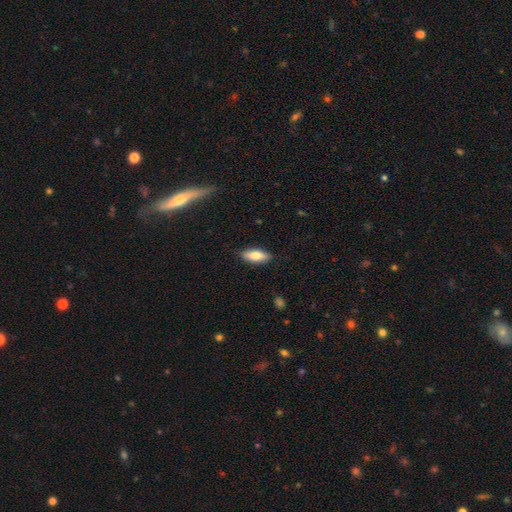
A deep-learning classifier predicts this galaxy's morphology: smooth-or-featured: smooth: 72% | featured or disk: 22% | star or artifact: 7%
  how-rounded: in between: 74% | cigar-shaped: 23% | round: 3%
  merging: none: 85% | minor disturbance: 11% | major disturbance: 2% | merger: 1%